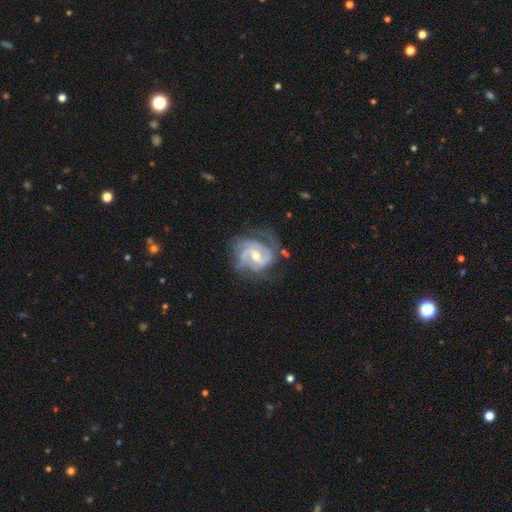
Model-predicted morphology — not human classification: The model was most divided on "spiral winding": medium: 45%, tight: 42%, loose: 13%. Remaining: edge-on disk — no (98%); spiral arms — yes (96%); smooth or featured — featured or disk (89%); bulge size — moderate (63%); merging — none (58%); bar — weak (49%); spiral arm count — 2 (44%).